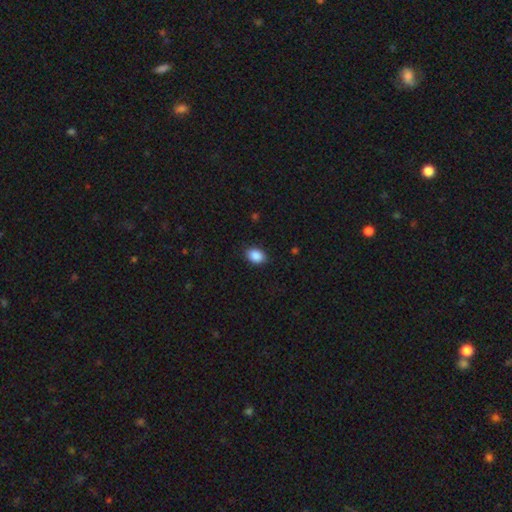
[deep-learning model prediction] smooth_or_featured: smooth (p=0.90) [alt: star or artifact p=0.08]
how_rounded: in between (p=0.78) [alt: round p=0.21]
merging: none (p=0.87) [alt: minor disturbance p=0.10]